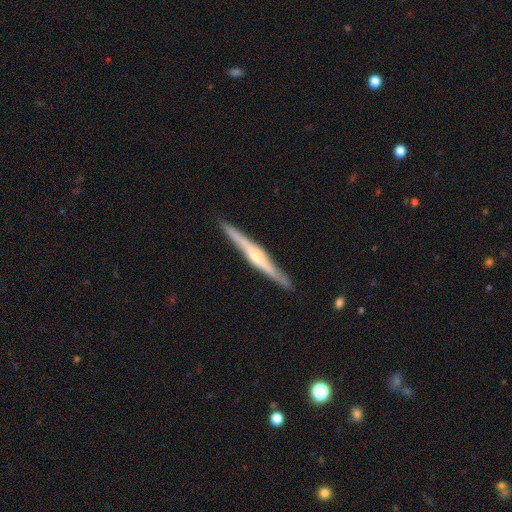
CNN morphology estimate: Q: Smooth or featured?
A: featured or disk (79%); runner-up: smooth (16%)
Q: Edge-on disk?
A: yes (98%); runner-up: no (2%)
Q: Edge-on bulge?
A: rounded (76%); runner-up: none (13%)
Q: Merging?
A: none (91%); runner-up: minor disturbance (6%)